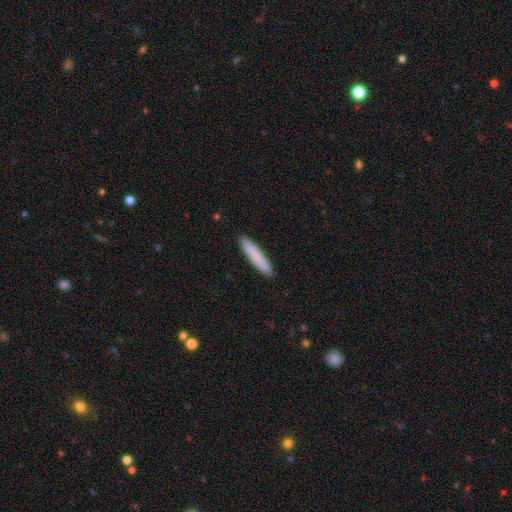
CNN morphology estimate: This appears to be a smooth galaxy with no disk features (85%) that is cigar-shaped (91%). Merging: none (92%).